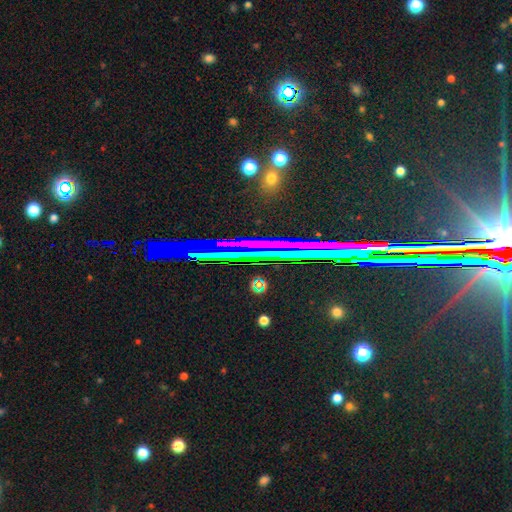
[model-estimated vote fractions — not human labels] Smooth or featured? Predicted: star or artifact (p=0.77).